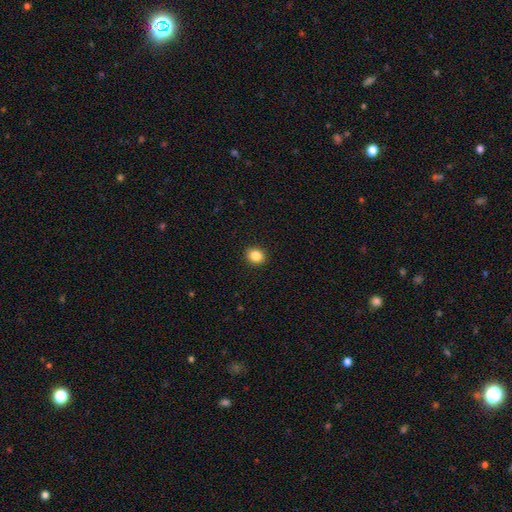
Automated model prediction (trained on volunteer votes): Morphology: type=smooth (86%); roundness=round (74%); merging=none (92%).